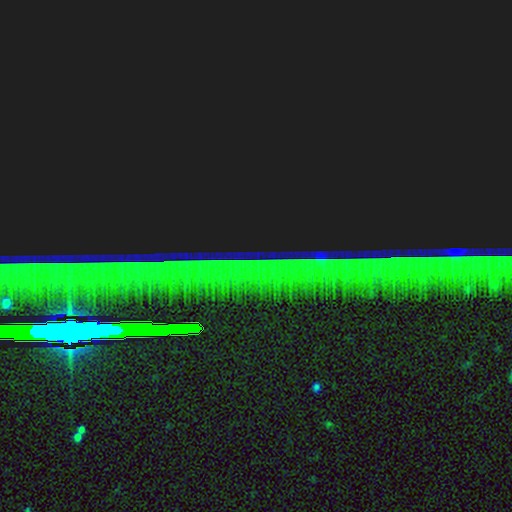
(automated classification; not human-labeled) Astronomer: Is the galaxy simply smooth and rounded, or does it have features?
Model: star or artifact — 86%.